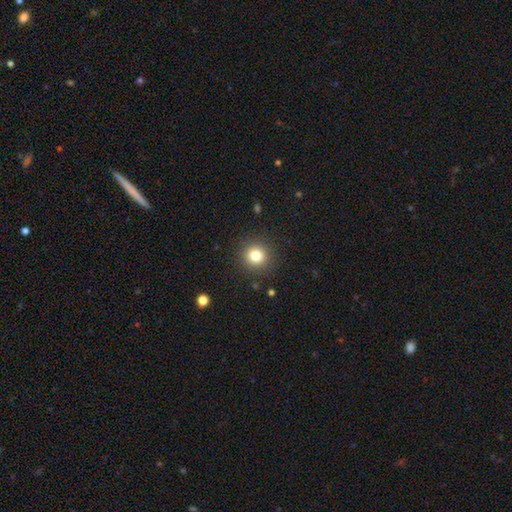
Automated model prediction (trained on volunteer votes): A smooth galaxy with no disk features (81%) that is round (94%).

Vote fractions:
- Smooth or featured? smooth: 81% / star or artifact: 12% / featured or disk: 7%
- How rounded? round: 94% / in between: 5% / cigar-shaped: 1%
- Merging? none: 90% / minor disturbance: 6% / major disturbance: 2% / merger: 1%